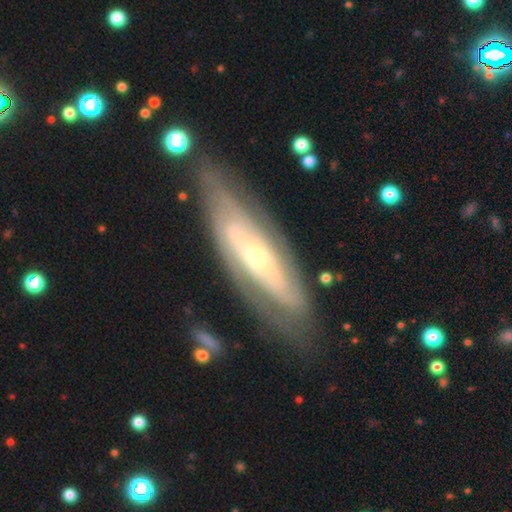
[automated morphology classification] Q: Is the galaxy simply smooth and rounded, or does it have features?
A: featured or disk — 77%.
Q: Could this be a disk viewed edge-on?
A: no — 77%.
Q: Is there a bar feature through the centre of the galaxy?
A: no — 71%.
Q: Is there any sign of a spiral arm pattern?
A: yes — 74%.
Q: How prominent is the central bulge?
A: small — 66%.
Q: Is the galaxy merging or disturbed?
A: none — 76%.